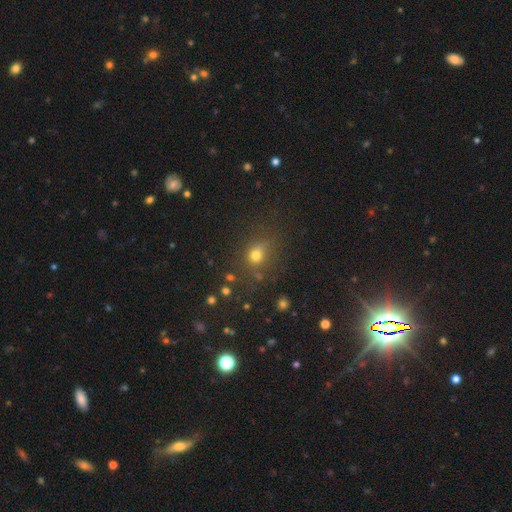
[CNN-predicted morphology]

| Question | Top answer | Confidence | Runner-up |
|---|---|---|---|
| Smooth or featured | smooth | 70% | star or artifact (22%) |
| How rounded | round | 70% | in between (28%) |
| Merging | none | 69% | minor disturbance (16%) |